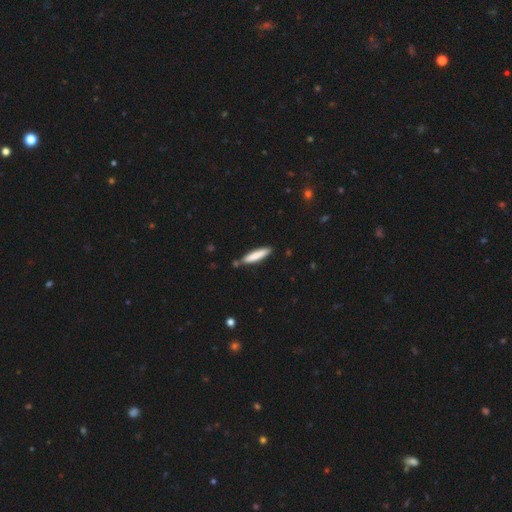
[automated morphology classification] A smooth galaxy with no disk features (77%) that is cigar-shaped (87%).

Vote fractions:
- Smooth or featured? smooth: 77% / featured or disk: 18% / star or artifact: 5%
- How rounded? cigar-shaped: 87% / in between: 11% / round: 1%
- Merging? none: 79% / minor disturbance: 14% / merger: 5% / major disturbance: 2%